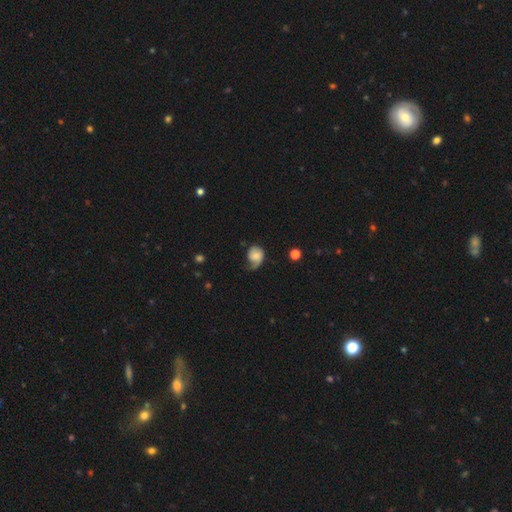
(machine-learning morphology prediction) This is possibly a smooth galaxy (48%). Merging: marginally none (34%).